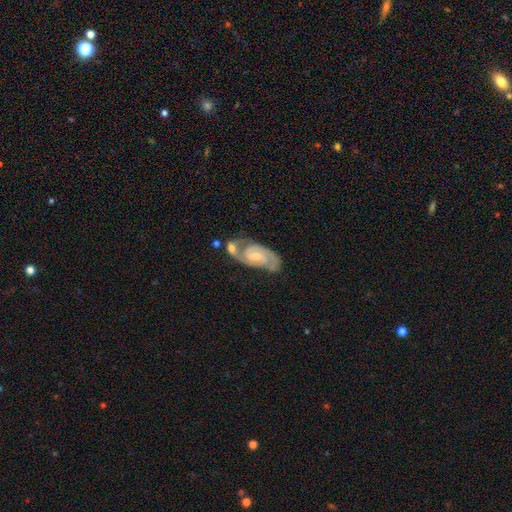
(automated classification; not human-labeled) A featured or disk galaxy (86%) with a weak bar (50%), 2 (88%) tight (46%, tied with medium) spiral arms (97%) and a small central bulge (50%).

Vote fractions:
- Smooth or featured? featured or disk: 86% / smooth: 9% / star or artifact: 5%
- Edge-on disk? no: 96% / yes: 4%
- Bar? weak: 50% / no: 35% / strong: 15%
- Spiral arms? yes: 97% / no: 3%
- Spiral winding? tight: 46% (tied) / medium: 46% (tied) / loose: 8%
- Spiral arm count? 2: 88% / can't tell: 5% / 3: 3% / 1: 2% / 4: 1% / more than 4: 1%
- Bulge size? small: 50% / moderate: 38% / none: 8% / large: 3% / dominant: 1%
- Merging? none: 51% / merger: 25% / minor disturbance: 17% / major disturbance: 7%